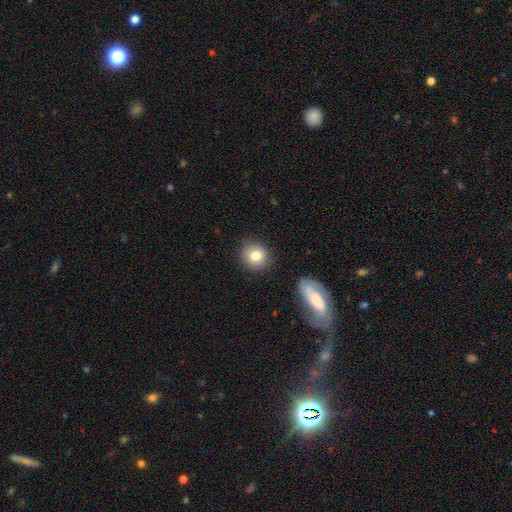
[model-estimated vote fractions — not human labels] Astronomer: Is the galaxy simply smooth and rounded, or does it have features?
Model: smooth — 82%.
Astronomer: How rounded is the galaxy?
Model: round — 88%.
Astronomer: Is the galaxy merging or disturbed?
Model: none — 87%.